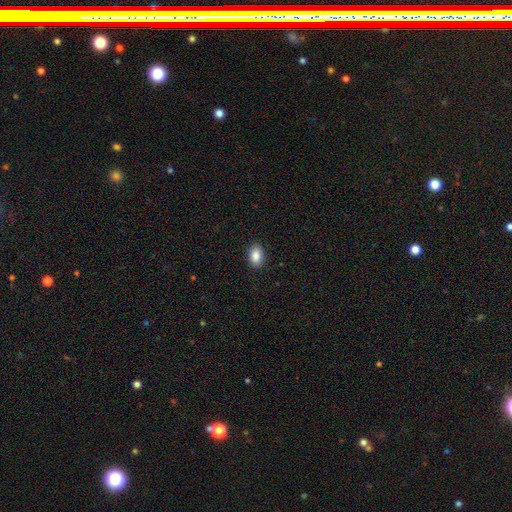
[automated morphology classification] A smooth galaxy with no disk features (88%) that is in between round and cigar-shaped (85%).

Vote fractions:
- Smooth or featured? smooth: 88% / star or artifact: 8% / featured or disk: 4%
- How rounded? in between: 85% / round: 14% / cigar-shaped: 1%
- Merging? none: 89% / minor disturbance: 8% / major disturbance: 2% / merger: 1%